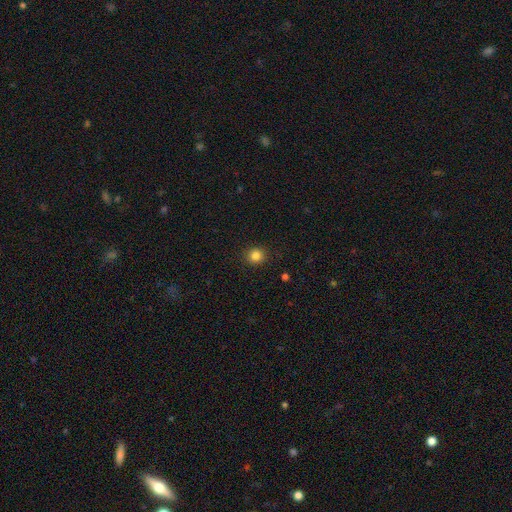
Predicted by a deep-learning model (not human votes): Q: Smooth or featured?
A: smooth (83%); runner-up: star or artifact (12%)
Q: How rounded?
A: round (88%); runner-up: in between (11%)
Q: Merging?
A: none (91%); runner-up: minor disturbance (6%)